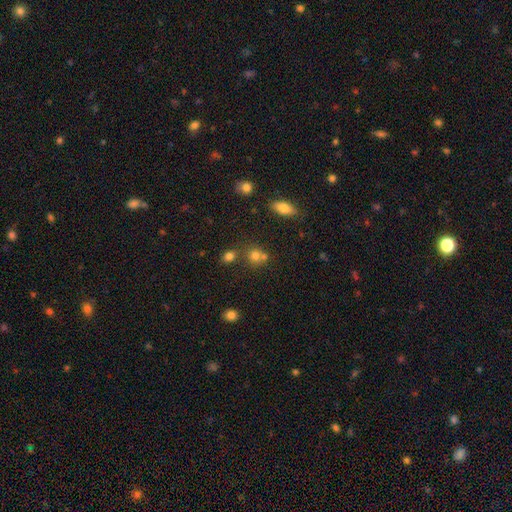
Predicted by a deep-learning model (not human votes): This appears to be a smooth galaxy with no disk features (70%) that is round (83%). Merging: none (54%).